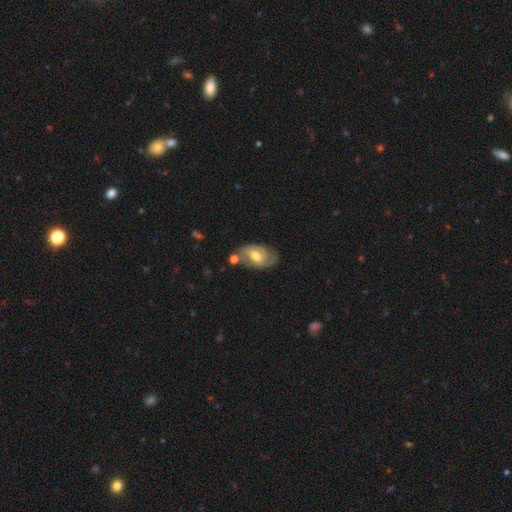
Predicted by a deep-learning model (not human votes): Smooth or featured? Predicted: featured or disk (p=0.62). Edge-on disk? Predicted: no (p=0.94). Bar? Predicted: weak (p=0.51). Spiral arms? Predicted: yes (p=0.81). Bulge size? Predicted: moderate (p=0.68). Merging? Predicted: none (p=0.62).